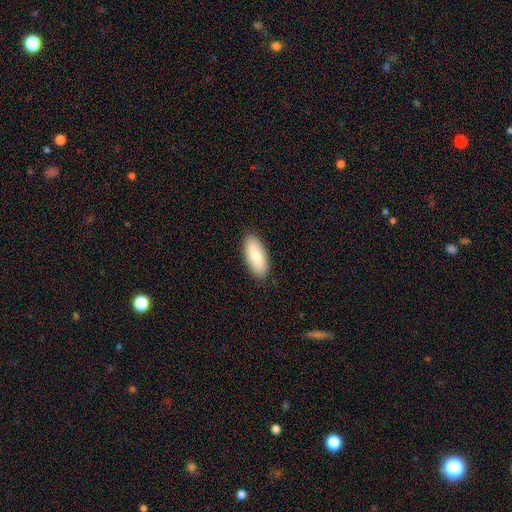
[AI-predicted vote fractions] This is likely a smooth galaxy (76%). How rounded: clearly in between (85%). Merging: clearly none (88%).